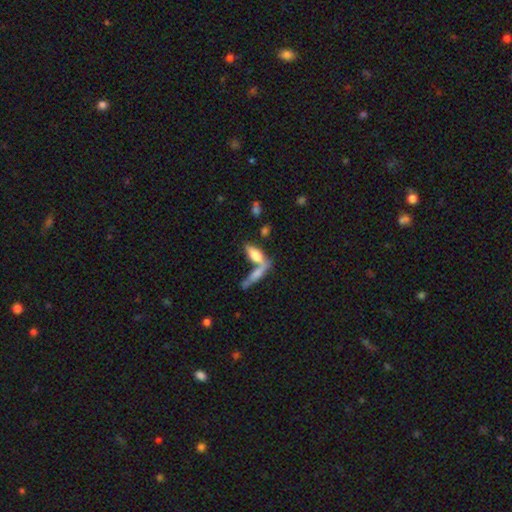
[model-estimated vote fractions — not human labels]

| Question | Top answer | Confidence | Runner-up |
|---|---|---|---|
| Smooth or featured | smooth | 69% | featured or disk (23%) |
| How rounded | in between | 60% | cigar-shaped (37%) |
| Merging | merger | 45% | none (40%) |